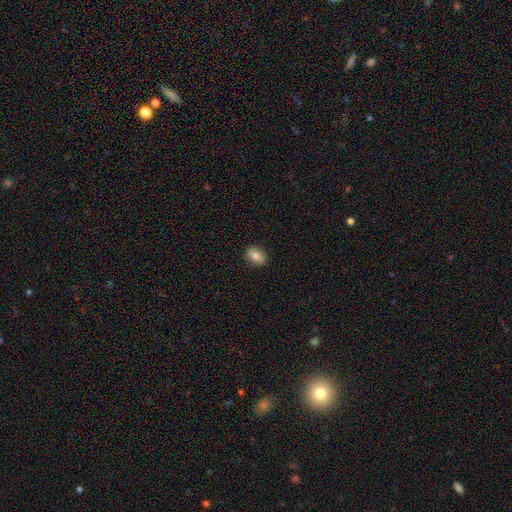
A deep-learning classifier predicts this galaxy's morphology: Smooth or featured?
  - smooth: 78% *
  - featured or disk: 13%
  - star or artifact: 9%
How rounded?
  - in between: 68% *
  - round: 30%
  - cigar-shaped: 2%
Merging?
  - none: 88% *
  - minor disturbance: 9%
  - major disturbance: 2%
  - merger: 1%